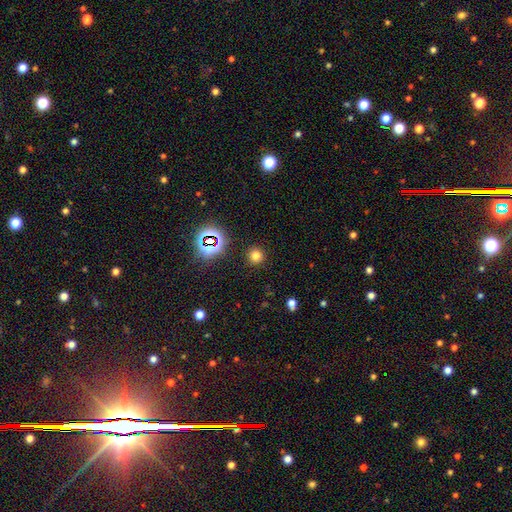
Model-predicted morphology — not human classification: This appears to be a smooth galaxy with no disk features (72%) that is round (94%). Merging: none (90%).